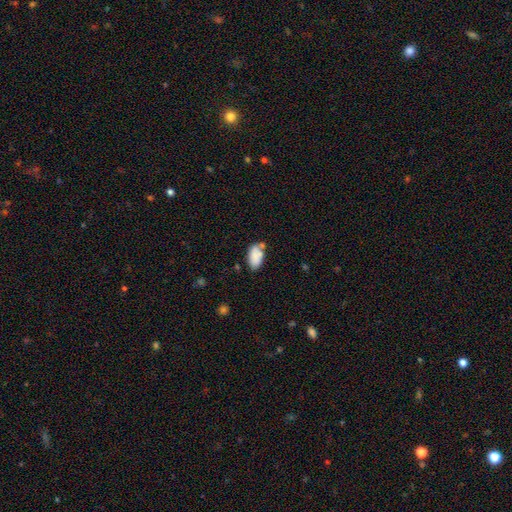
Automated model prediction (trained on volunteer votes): A smooth galaxy with no disk features (83%) that is in between round and cigar-shaped (94%). Merging: none (58%).